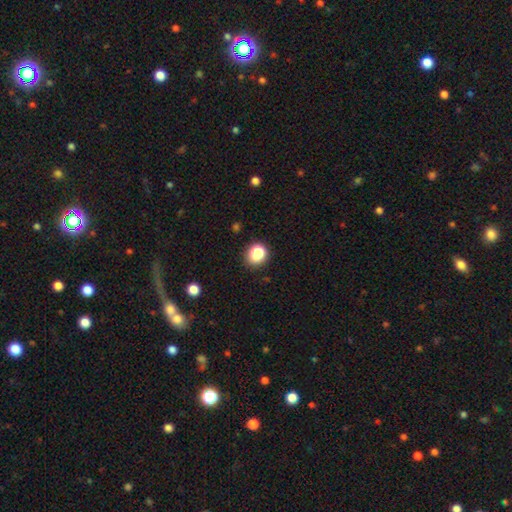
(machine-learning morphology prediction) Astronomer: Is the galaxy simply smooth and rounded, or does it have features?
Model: smooth — 81%.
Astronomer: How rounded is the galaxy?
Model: round — 72%.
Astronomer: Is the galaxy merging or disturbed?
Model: none — 76%.